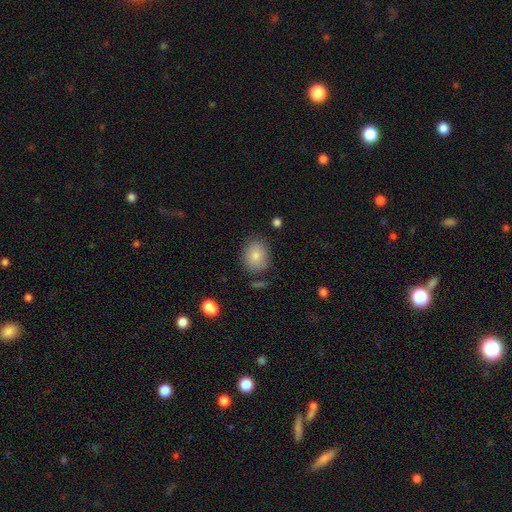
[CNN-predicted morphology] The model was most divided on "how rounded": round: 50%, in between: 49%, cigar-shaped: 1%. More confident: smooth or featured — smooth (81%); merging — none (78%).